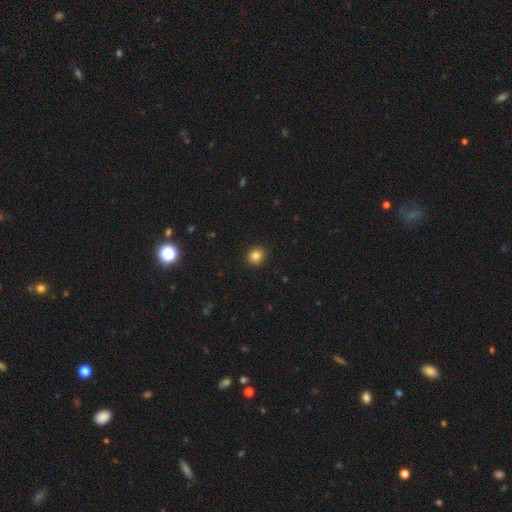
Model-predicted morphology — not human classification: This is clearly a smooth galaxy (84%). How rounded: clearly round (87%). Merging: clearly none (92%).